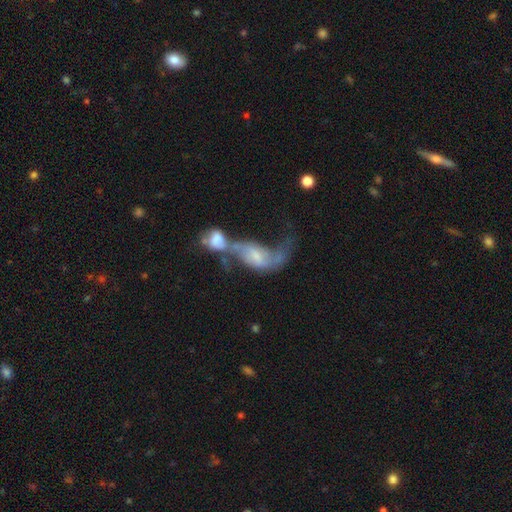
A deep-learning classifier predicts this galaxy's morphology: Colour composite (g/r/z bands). It shows a featured or disk galaxy (66%) with no bar (46%), spiral arms (78%) and a small central bulge (38%). Merging: merger (71%).